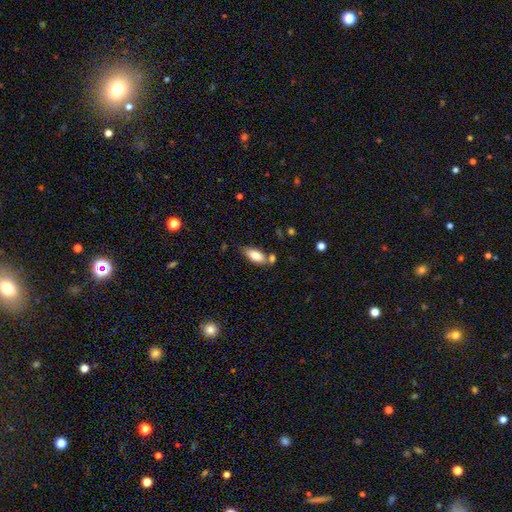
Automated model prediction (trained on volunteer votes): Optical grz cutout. It shows a smooth galaxy with no disk features (79%) that is in between round and cigar-shaped (84%). Merging: none (64%).